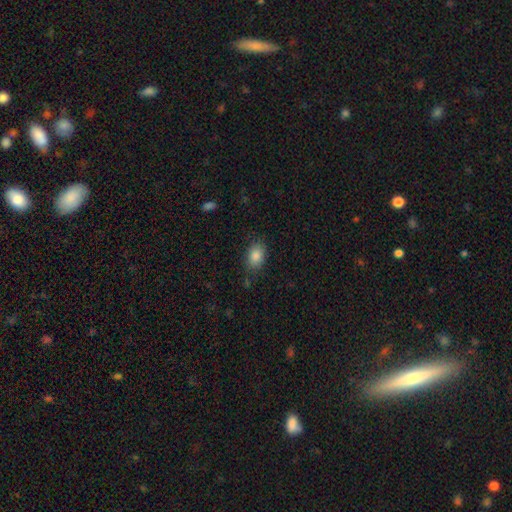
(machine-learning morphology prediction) Q: Smooth or featured?
A: smooth (85%); runner-up: star or artifact (8%)
Q: How rounded?
A: in between (81%); runner-up: round (18%)
Q: Merging?
A: none (80%); runner-up: minor disturbance (15%)